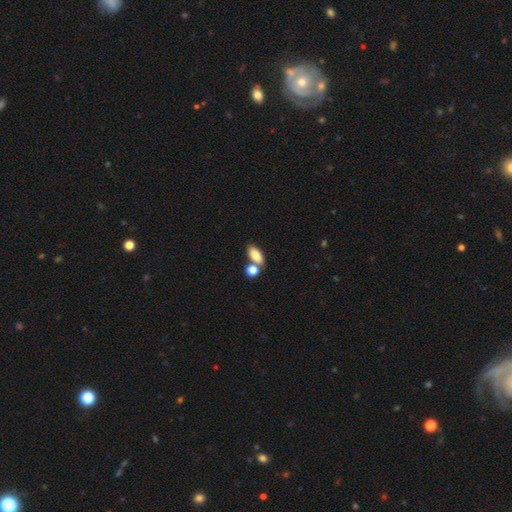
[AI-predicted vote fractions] smooth 84%, featured or disk 8%, star or artifact 8%. Down the decision tree: how rounded — in between (87%); merging — none (53%).